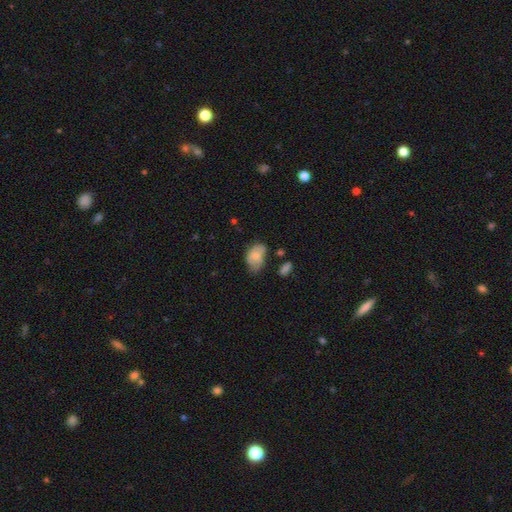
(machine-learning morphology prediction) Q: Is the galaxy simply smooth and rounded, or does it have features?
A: smooth — 72%.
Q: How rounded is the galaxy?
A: in between — 86%.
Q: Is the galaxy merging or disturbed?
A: minor disturbance — 40%.